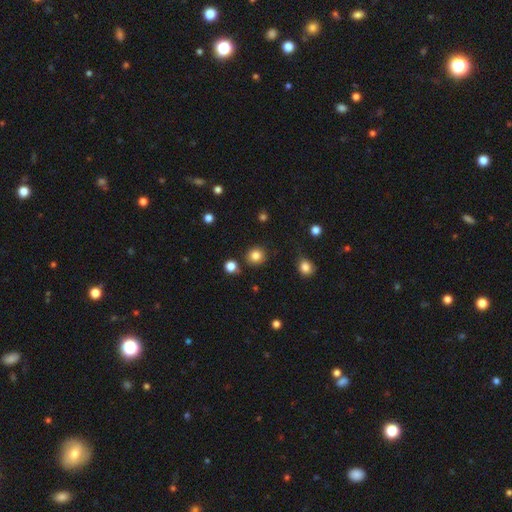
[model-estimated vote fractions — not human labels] Smooth or featured?
  - smooth: 83% *
  - star or artifact: 11%
  - featured or disk: 5%
How rounded?
  - round: 90% *
  - in between: 9%
  - cigar-shaped: 1%
Merging?
  - none: 87% *
  - minor disturbance: 7%
  - merger: 4%
  - major disturbance: 2%